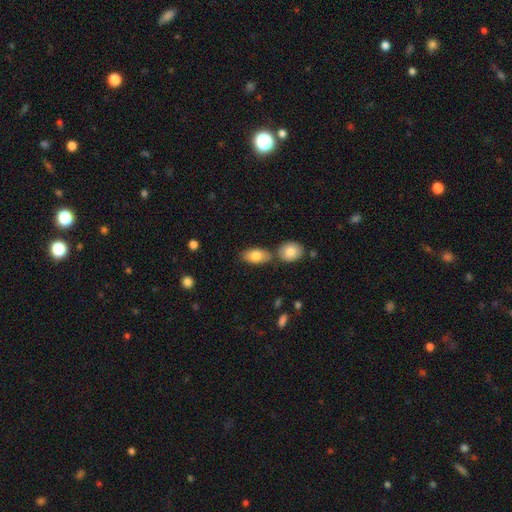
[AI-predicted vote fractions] smooth_or_featured: smooth (p=0.81) [alt: featured or disk p=0.12]
how_rounded: in between (p=0.92) [alt: round p=0.05]
merging: none (p=0.61) [alt: merger p=0.24]